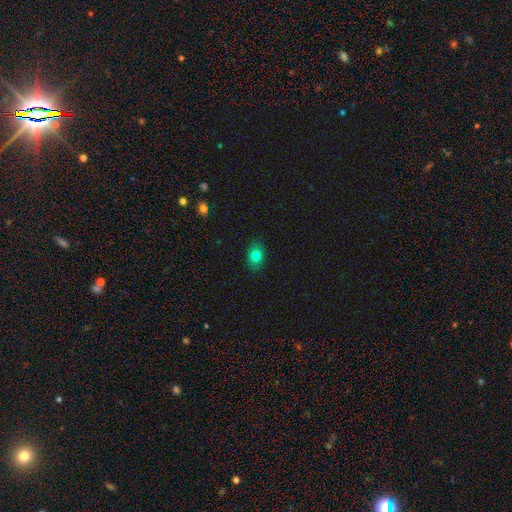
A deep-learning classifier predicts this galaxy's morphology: This appears to be a smooth galaxy with no disk features (81%) that is in between round and cigar-shaped (69%). Merging: none (85%).